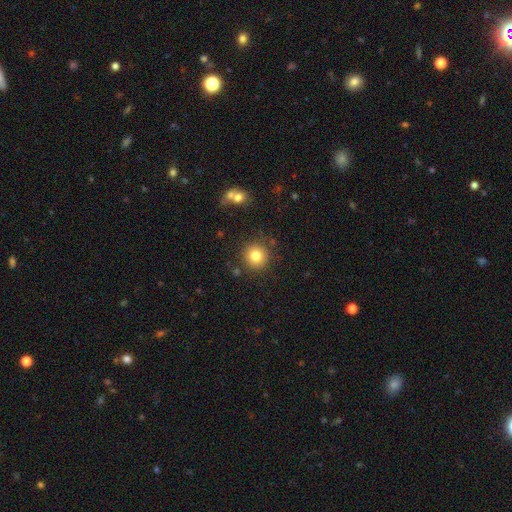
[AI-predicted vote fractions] A smooth galaxy with no disk features (80%) that is round (93%).

Vote fractions:
- Smooth or featured? smooth: 80% / star or artifact: 11% / featured or disk: 8%
- How rounded? round: 93% / in between: 6% / cigar-shaped: 1%
- Merging? none: 85% / minor disturbance: 8% / merger: 4% / major disturbance: 3%